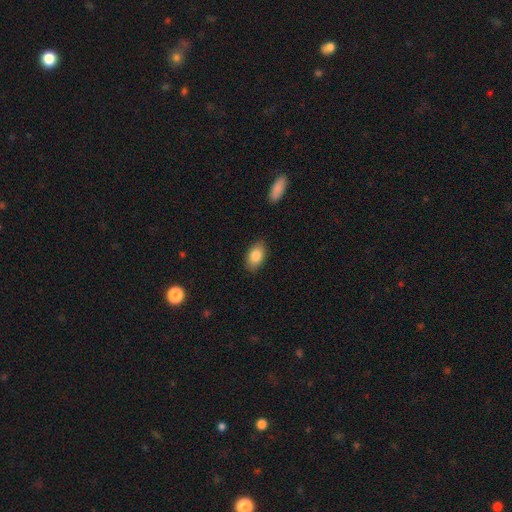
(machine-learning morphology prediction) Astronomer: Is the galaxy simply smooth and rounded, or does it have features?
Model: smooth — 84%.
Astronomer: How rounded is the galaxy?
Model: in between — 92%.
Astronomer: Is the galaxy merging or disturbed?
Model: none — 87%.